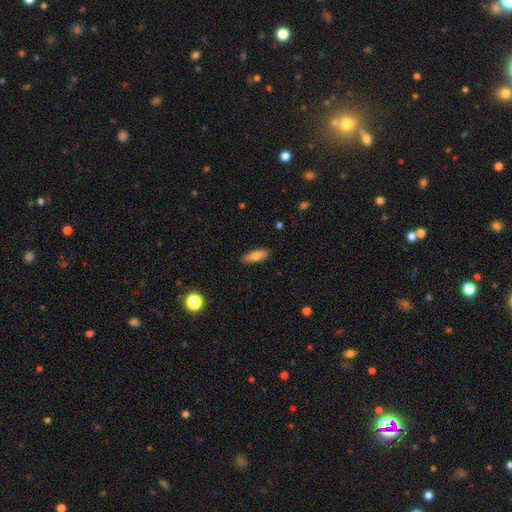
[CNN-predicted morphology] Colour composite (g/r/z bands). It shows a smooth galaxy with no disk features (76%) that is in between round and cigar-shaped (56%). Merging: none (88%).